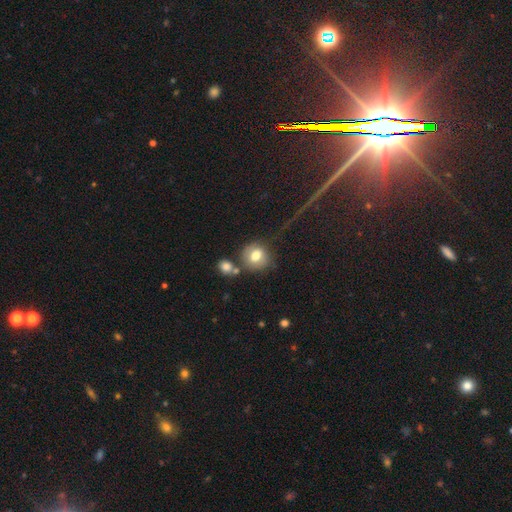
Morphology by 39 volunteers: Overall: smooth (82%). How rounded: round (75%). Merging: none (77%).